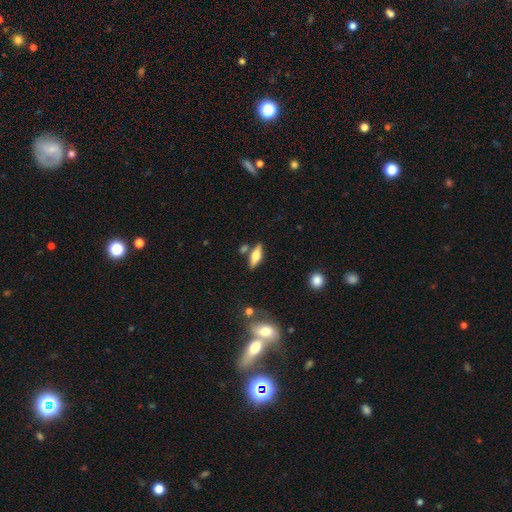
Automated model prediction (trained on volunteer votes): This appears to be a smooth galaxy with no disk features (51%) that is in between round and cigar-shaped (59%). Merging: none (76%).